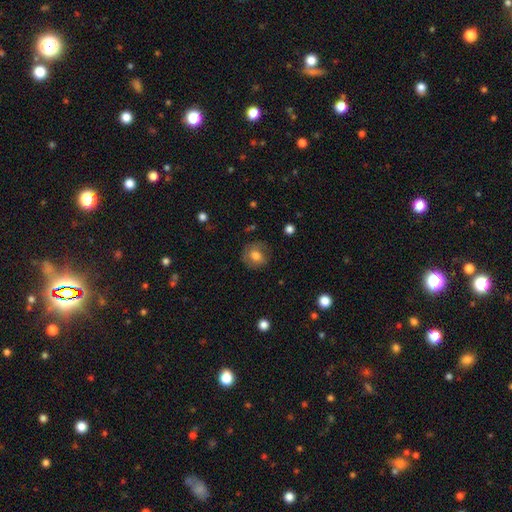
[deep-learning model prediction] Smooth or featured? smooth (67%)
How rounded? round (76%)
Merging? none (77%)